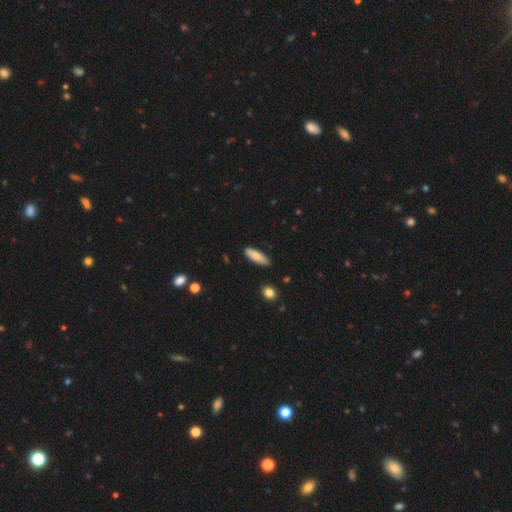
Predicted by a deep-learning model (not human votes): The model was most divided on "how rounded": in between: 50%, cigar-shaped: 48%, round: 2%. More confident: merging — none (84%); smooth or featured — smooth (83%).